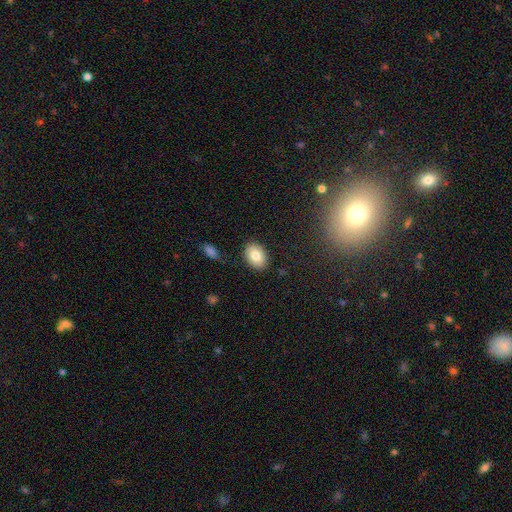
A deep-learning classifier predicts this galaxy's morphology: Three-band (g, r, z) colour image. It shows a smooth galaxy with no disk features (82%) that is in between round and cigar-shaped (82%). Merging: none (86%).